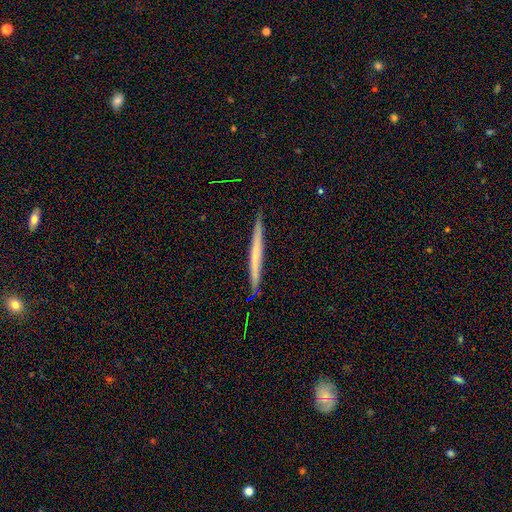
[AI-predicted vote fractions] This appears to be a smooth galaxy with no disk features (49%). Merging: none (89%).